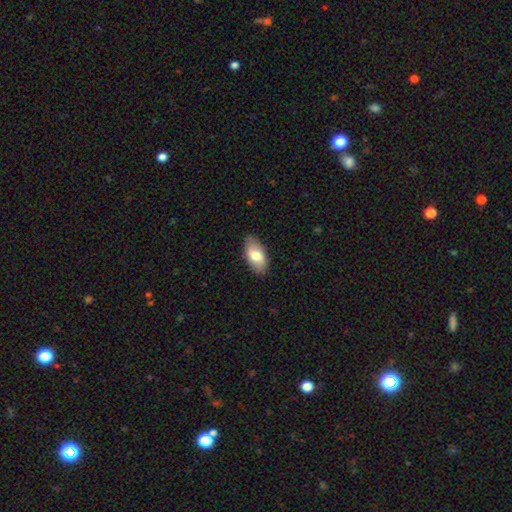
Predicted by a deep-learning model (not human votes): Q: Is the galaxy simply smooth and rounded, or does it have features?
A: smooth — 75%.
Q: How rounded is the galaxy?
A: in between — 94%.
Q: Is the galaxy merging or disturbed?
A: none — 83%.